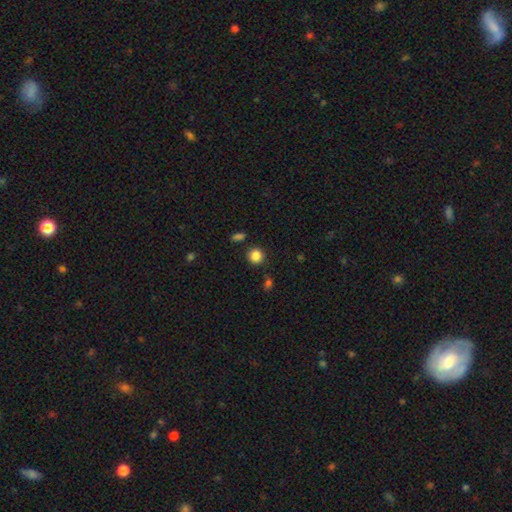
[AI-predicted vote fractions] Smooth or featured: smooth — 85% (star or artifact — 10%)
How rounded: round — 89% (in between — 10%)
Merging: none — 87% (minor disturbance — 7%)